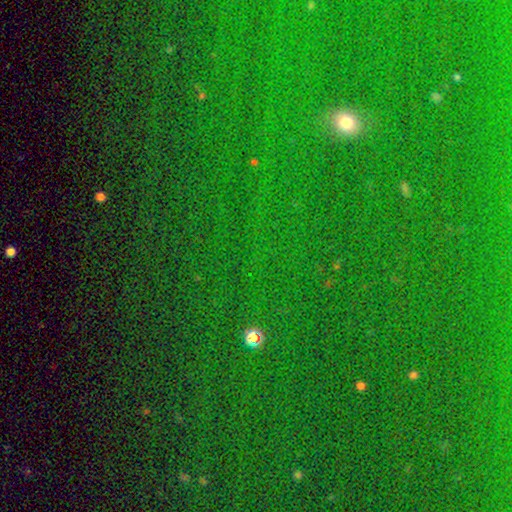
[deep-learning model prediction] This is likely a star or artifact rather than a galaxy (75%).